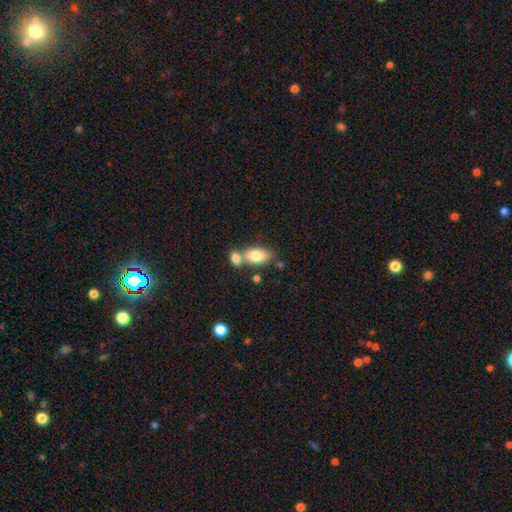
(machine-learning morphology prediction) A smooth galaxy with no disk features (79%) that is in between round and cigar-shaped (90%).

Vote fractions:
- Smooth or featured? smooth: 79% / featured or disk: 14% / star or artifact: 7%
- How rounded? in between: 90% / round: 7% / cigar-shaped: 4%
- Merging? merger: 44% / none: 42% / minor disturbance: 11% / major disturbance: 4%